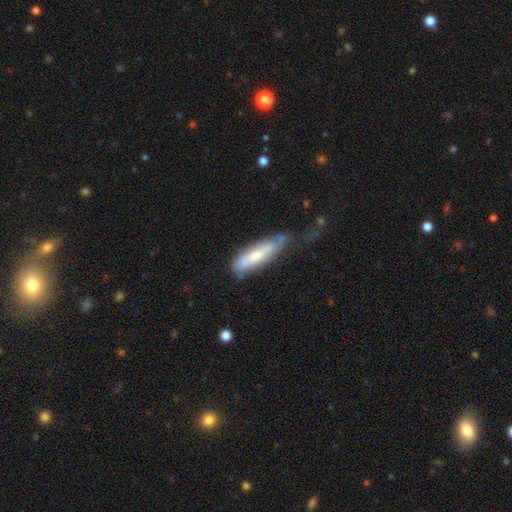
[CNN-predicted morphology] Overall: smooth (60%; featured or disk 34%). How rounded: cigar-shaped (65%; in between 33%). Merging: none (39%; minor disturbance 37%).